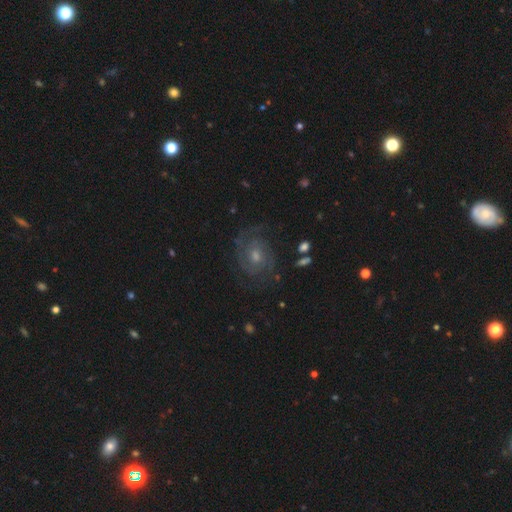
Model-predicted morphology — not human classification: This appears to be a featured or disk galaxy (77%) with no bar (61%), 2 (53%) tight (51%) spiral arms (93%) and a moderate central bulge (55%). Merging: none (73%).